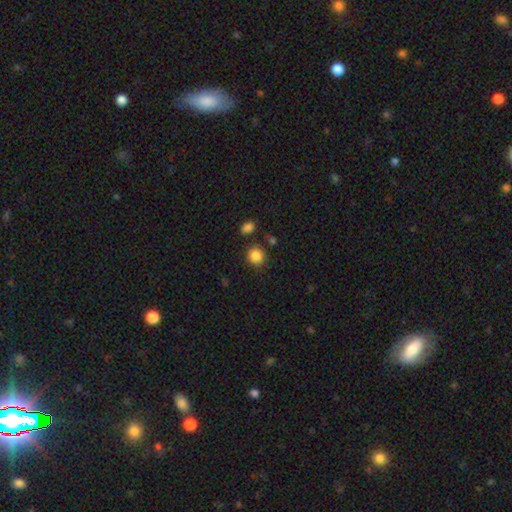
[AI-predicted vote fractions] A smooth galaxy with no disk features (86%) that is round (89%). Merging: none (83%).